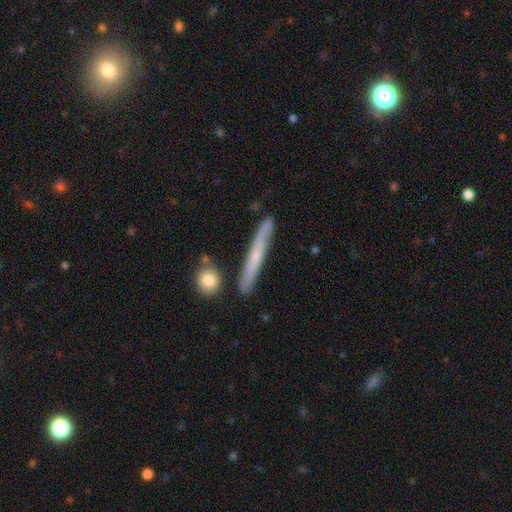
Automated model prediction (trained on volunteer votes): Q: Smooth or featured?
A: featured or disk (50%); runner-up: smooth (43%)
Q: Merging?
A: none (82%); runner-up: minor disturbance (12%)